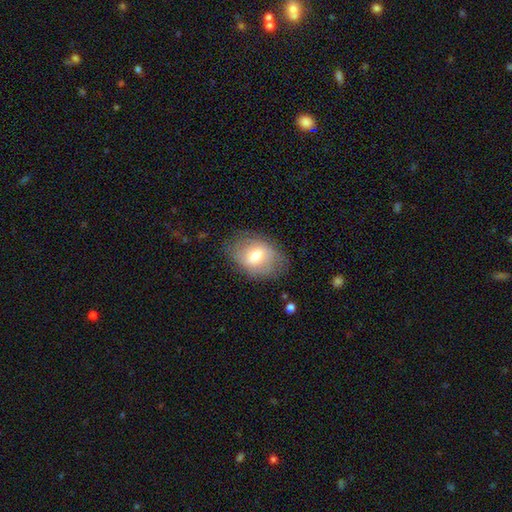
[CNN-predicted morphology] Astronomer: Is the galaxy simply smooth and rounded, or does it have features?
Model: smooth — 64%.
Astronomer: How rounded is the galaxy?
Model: in between — 79%.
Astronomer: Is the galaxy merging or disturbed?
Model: none — 72%.